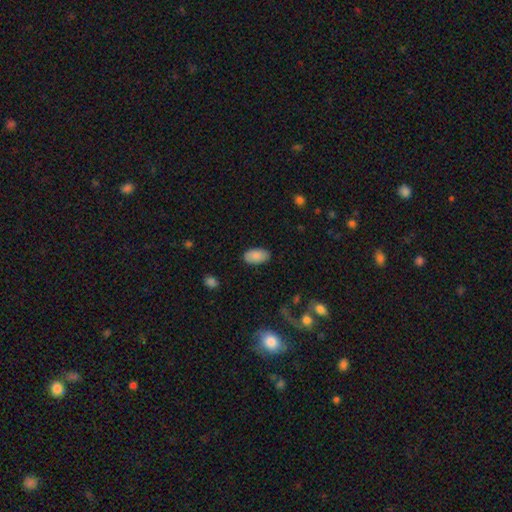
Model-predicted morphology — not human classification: Overall: smooth (87%). How rounded: in between (95%). Merging: none (86%).